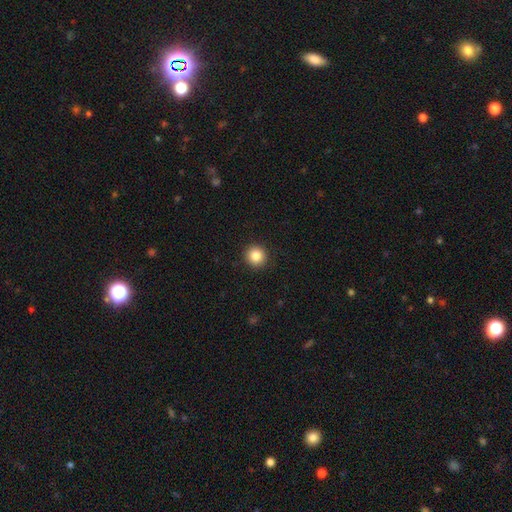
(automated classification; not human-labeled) smooth-or-featured: smooth: 85% | star or artifact: 10% | featured or disk: 5%
  how-rounded: round: 95% | in between: 4% | cigar-shaped: 1%
  merging: none: 92% | minor disturbance: 5% | major disturbance: 2% | merger: 1%